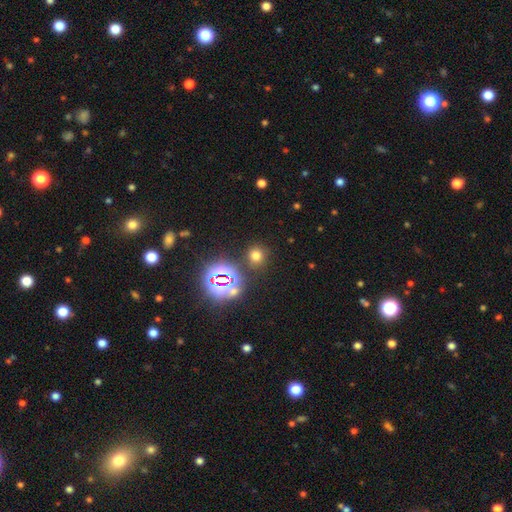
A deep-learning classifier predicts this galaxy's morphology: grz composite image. It shows a smooth galaxy with no disk features (63%) that is round (87%). Merging: none (84%).